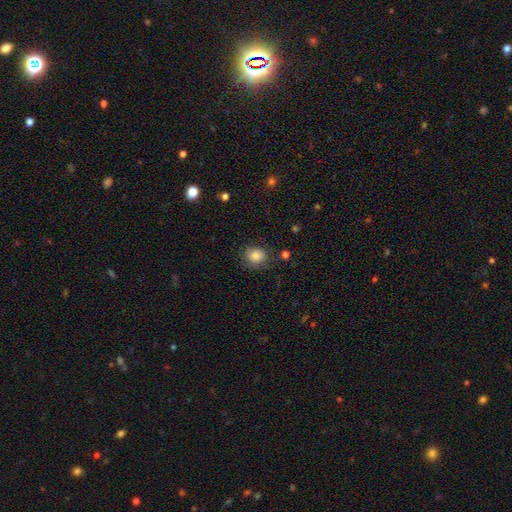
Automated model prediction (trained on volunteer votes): smooth_or_featured: smooth (p=0.84) [alt: star or artifact p=0.09]
how_rounded: round (p=0.67) [alt: in between p=0.32]
merging: none (p=0.76) [alt: minor disturbance p=0.17]